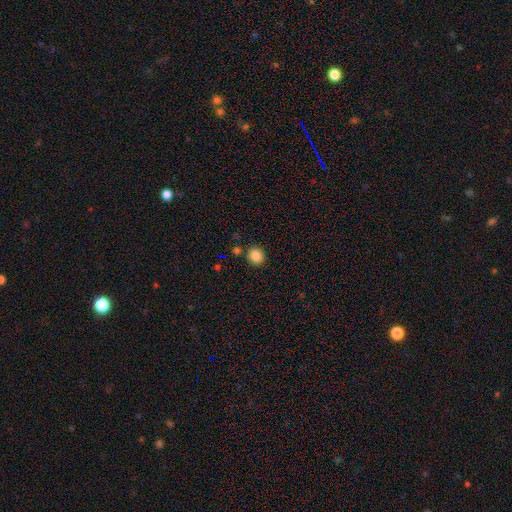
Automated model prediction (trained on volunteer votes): smooth 87%, star or artifact 10%, featured or disk 3%. Down the decision tree: how rounded — round (79%); merging — none (83%).